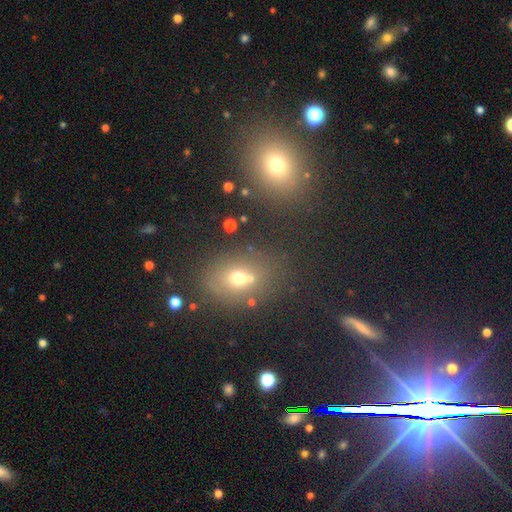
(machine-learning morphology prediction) smooth 49%, star or artifact 35%, featured or disk 16%. Down the decision tree: merging — none (79%).